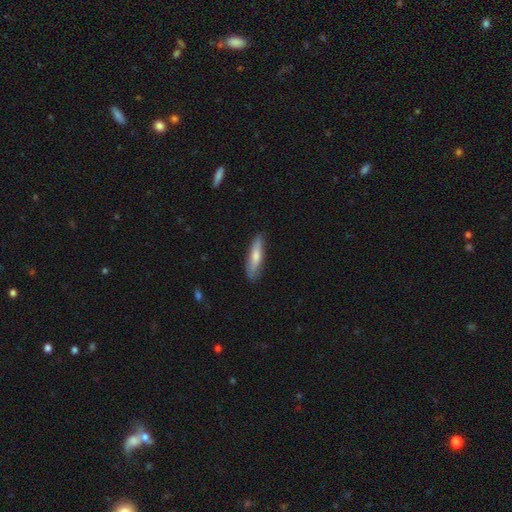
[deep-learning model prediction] Smooth or featured? smooth (64%)
How rounded? cigar-shaped (79%)
Merging? none (85%)